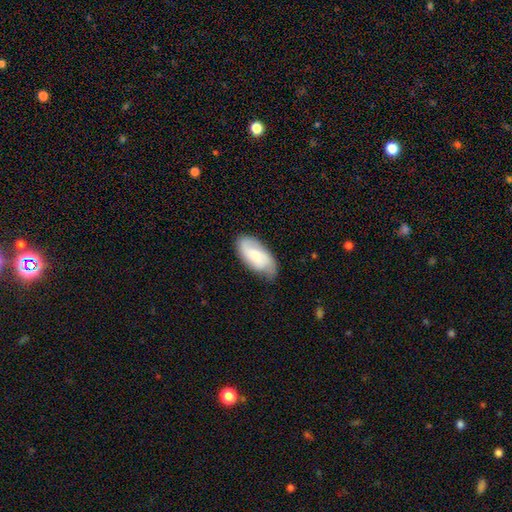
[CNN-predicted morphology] Overall: smooth (53%; featured or disk 40%). How rounded: in between (92%). Merging: none (65%; minor disturbance 27%).